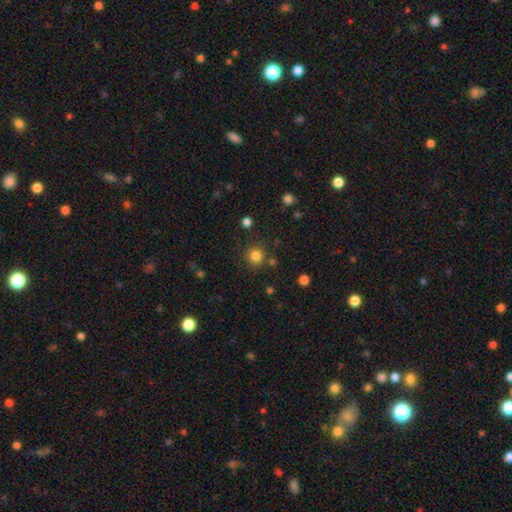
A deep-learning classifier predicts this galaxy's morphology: This is clearly a smooth galaxy (82%). How rounded: clearly round (94%). Merging: clearly none (84%).